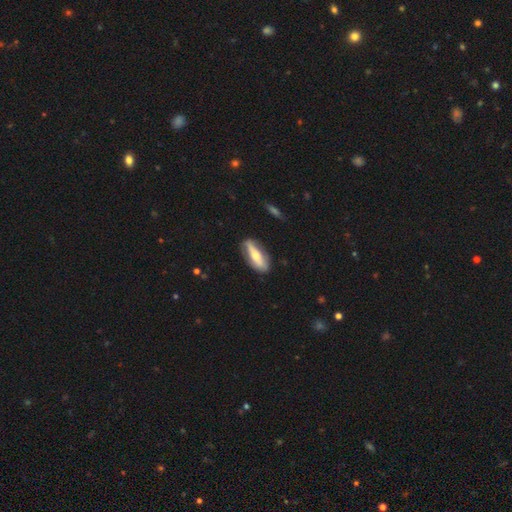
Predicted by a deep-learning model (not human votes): smooth-or-featured: featured or disk: 48% | smooth: 46% | star or artifact: 6%
  merging: none: 78% | minor disturbance: 16% | major disturbance: 4% | merger: 2%